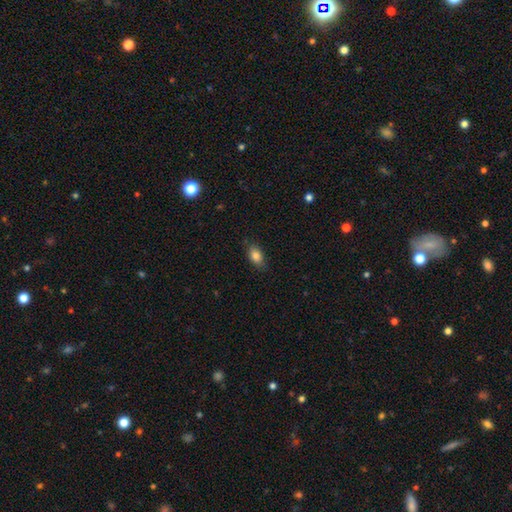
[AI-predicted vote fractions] This is clearly a smooth galaxy (84%). How rounded: clearly in between (87%). Merging: clearly none (83%).